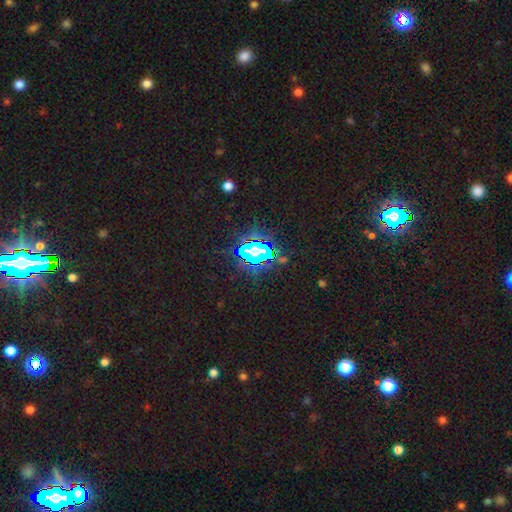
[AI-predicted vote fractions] This appears to be a star or artifact, not a galaxy (65%).